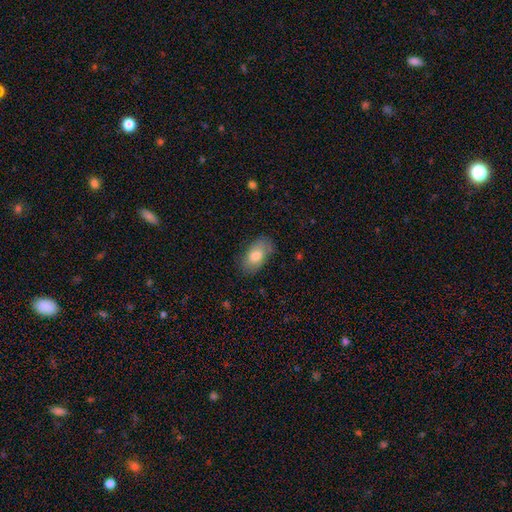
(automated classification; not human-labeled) A smooth galaxy with no disk features (76%) that is in between round and cigar-shaped (93%).

Vote fractions:
- Smooth or featured? smooth: 76% / featured or disk: 17% / star or artifact: 7%
- How rounded? in between: 93% / round: 5% / cigar-shaped: 2%
- Merging? none: 77% / minor disturbance: 18% / major disturbance: 4% / merger: 1%